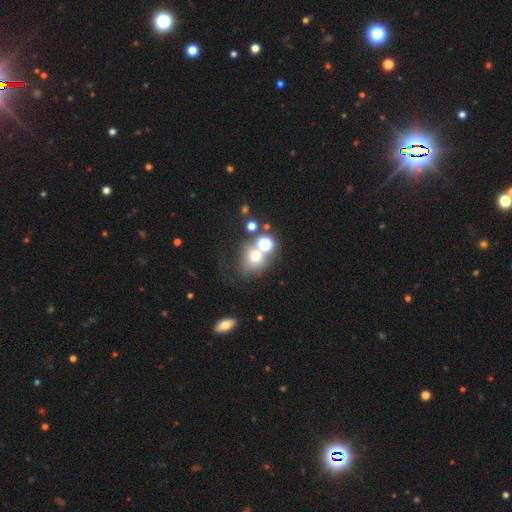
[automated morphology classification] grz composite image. It shows a smooth galaxy with no disk features (62%) that is round (70%). Merging: none (43%).